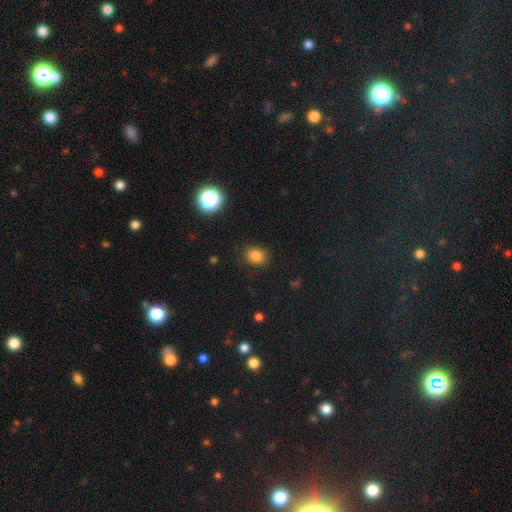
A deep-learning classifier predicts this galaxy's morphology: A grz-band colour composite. It shows a smooth galaxy with no disk features (82%) that is round (52%). Merging: none (85%).